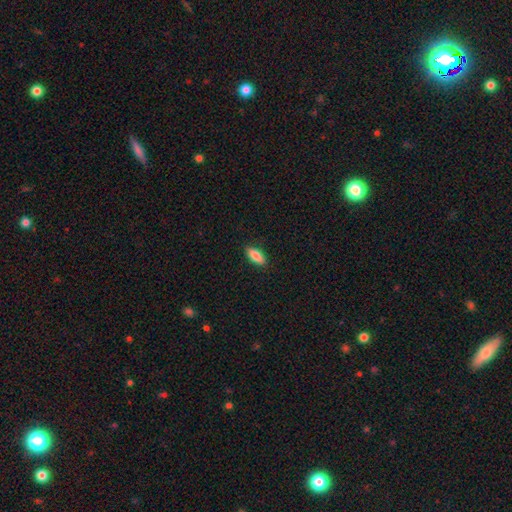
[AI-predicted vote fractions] A smooth galaxy with no disk features (85%) that is in between round and cigar-shaped (77%). Merging: none (88%).